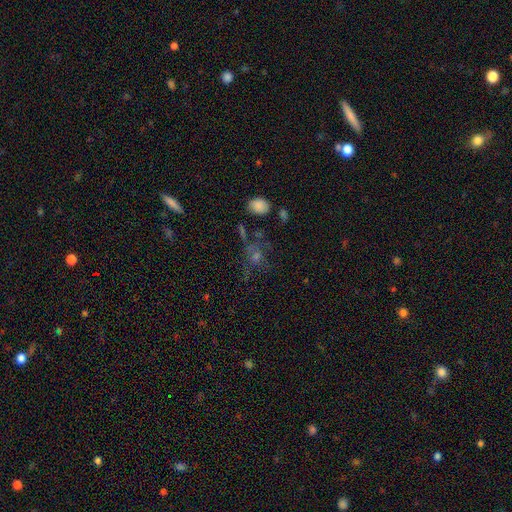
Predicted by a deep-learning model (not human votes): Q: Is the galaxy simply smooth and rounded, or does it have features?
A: star or artifact — 36%.